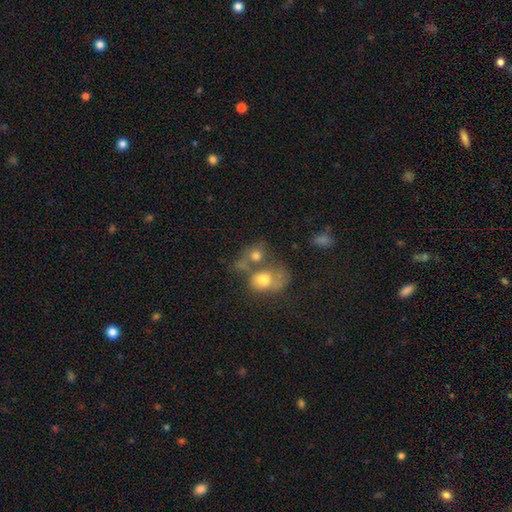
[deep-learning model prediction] This is likely a smooth galaxy (67%). How rounded: possibly round (58%). Merging: possibly merger (54%).